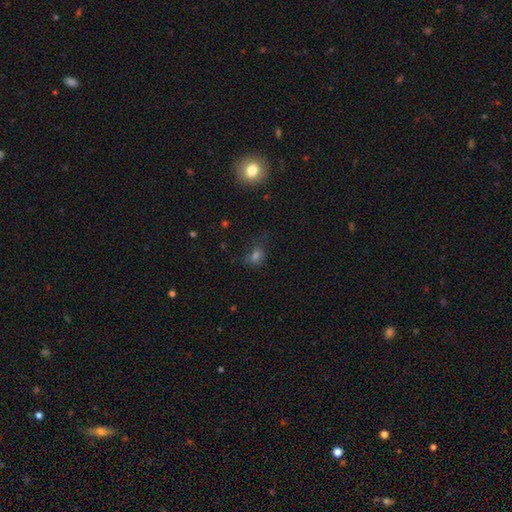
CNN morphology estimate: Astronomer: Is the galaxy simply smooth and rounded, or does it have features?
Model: smooth — 63%.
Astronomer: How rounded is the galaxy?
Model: round — 52% (runner-up: in between, 46%).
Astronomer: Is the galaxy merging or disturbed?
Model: none — 57%.